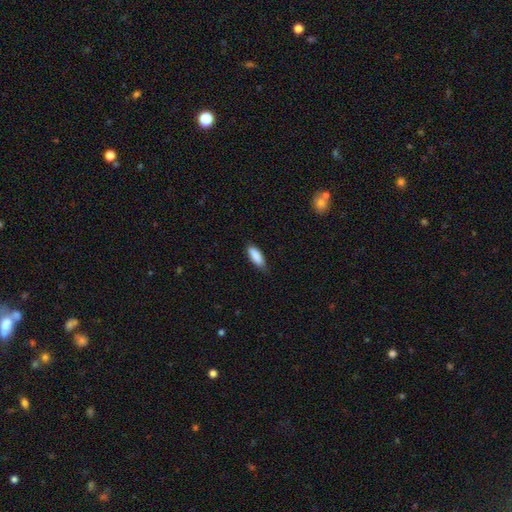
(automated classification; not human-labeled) Morphology: type=smooth (88%); roundness=in between (69%); merging=none (76%).